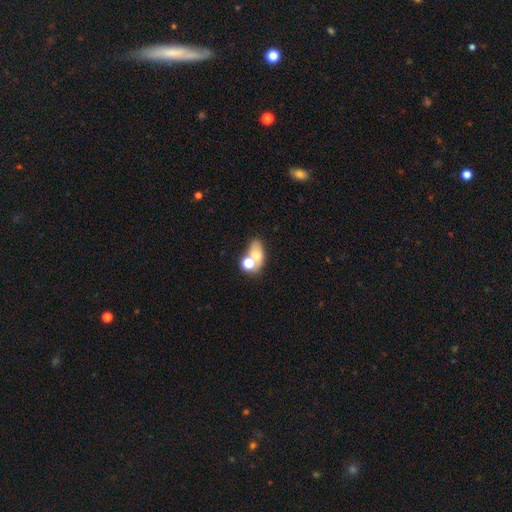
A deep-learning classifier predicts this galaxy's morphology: Smooth or featured? smooth (63%)
How rounded? in between (73%)
Merging? merger (47%)